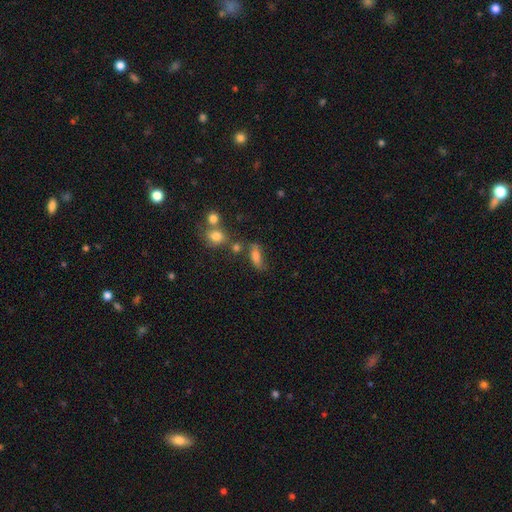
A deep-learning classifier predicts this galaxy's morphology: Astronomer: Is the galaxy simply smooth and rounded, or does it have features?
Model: smooth — 69%.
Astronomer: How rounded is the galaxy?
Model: in between — 67%.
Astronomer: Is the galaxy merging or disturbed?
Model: none — 49%.